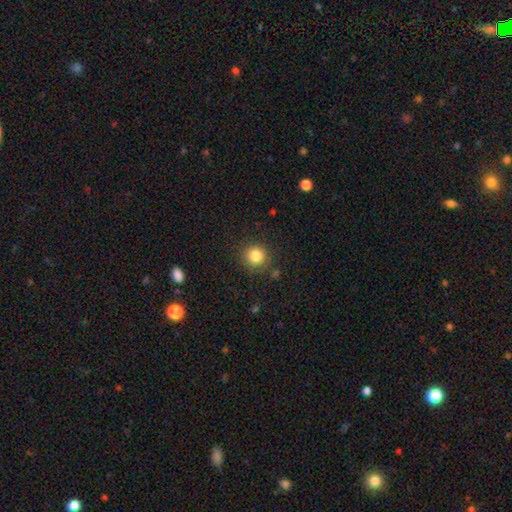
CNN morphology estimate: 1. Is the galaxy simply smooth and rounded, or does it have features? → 83% smooth, 11% star or artifact, 6% featured or disk.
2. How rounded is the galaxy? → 93% round, 6% in between, 1% cigar-shaped.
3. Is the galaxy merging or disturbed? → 86% none, 9% minor disturbance, 3% major disturbance, 2% merger.